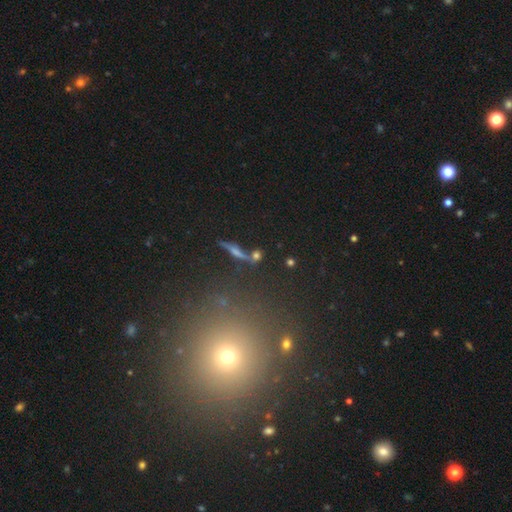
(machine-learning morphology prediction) Smooth or featured? featured or disk (40%)
Merging? none (62%)